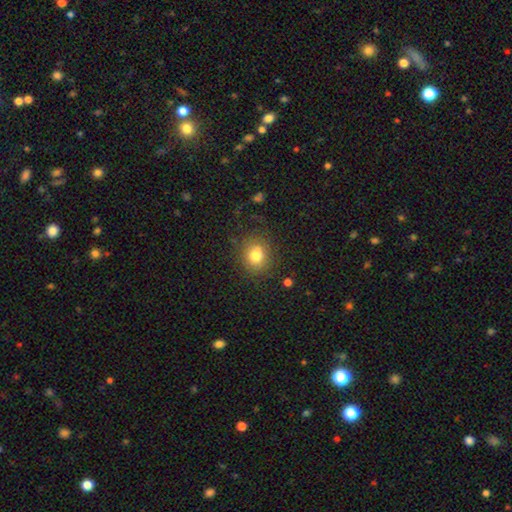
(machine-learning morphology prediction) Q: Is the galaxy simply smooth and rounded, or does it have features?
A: smooth — 77%.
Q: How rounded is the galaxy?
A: round — 69%.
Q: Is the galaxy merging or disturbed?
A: none — 74%.